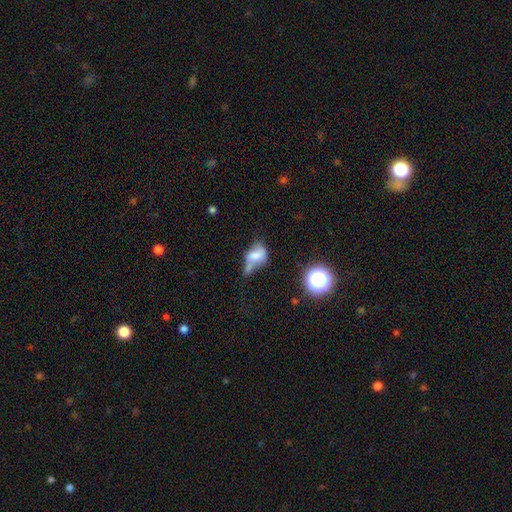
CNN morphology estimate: The model was most divided on "merging": merger: 33%, minor disturbance: 24%, none: 23%, major disturbance: 21%. More confident: how rounded — in between (73%); smooth or featured — smooth (59%).